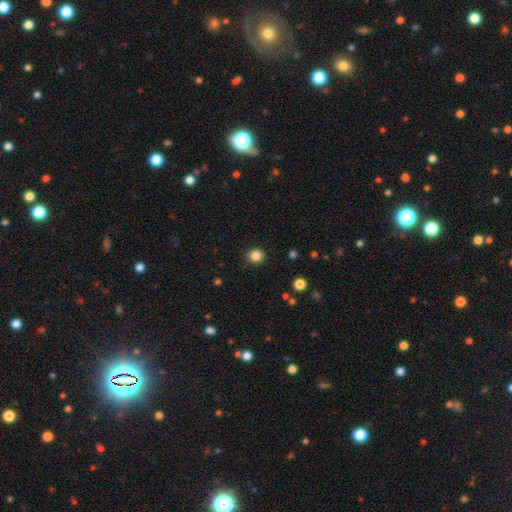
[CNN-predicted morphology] smooth_or_featured: smooth (p=0.84) [alt: star or artifact p=0.12]
how_rounded: round (p=0.89) [alt: in between p=0.10]
merging: none (p=0.91) [alt: minor disturbance p=0.06]